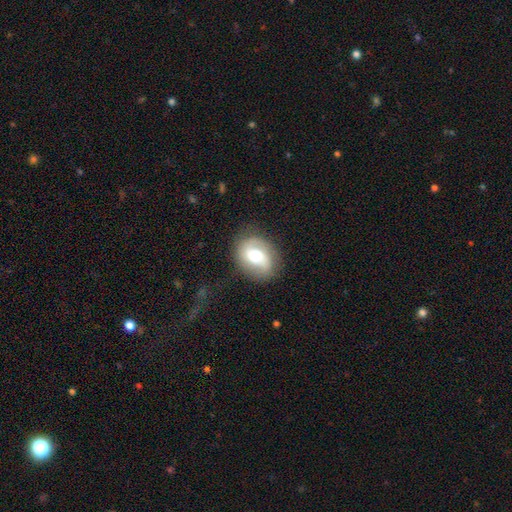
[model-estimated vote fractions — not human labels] Smooth or featured: featured or disk — 55% (smooth — 37%)
Edge-on disk: no — 95% (yes — 5%)
Bar: no — 43% (weak — 37%)
Spiral arms: yes — 78% (no — 22%)
Bulge size: moderate — 67% (small — 16%)
Merging: none — 76% (minor disturbance — 16%)